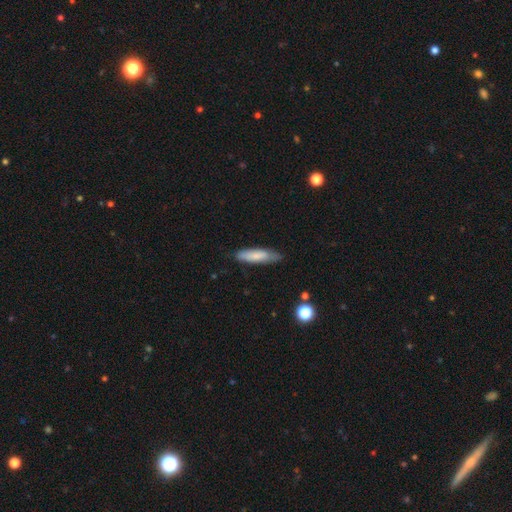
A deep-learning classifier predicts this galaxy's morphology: type=smooth (74%); roundness=cigar-shaped (69%); merging=none (75%).